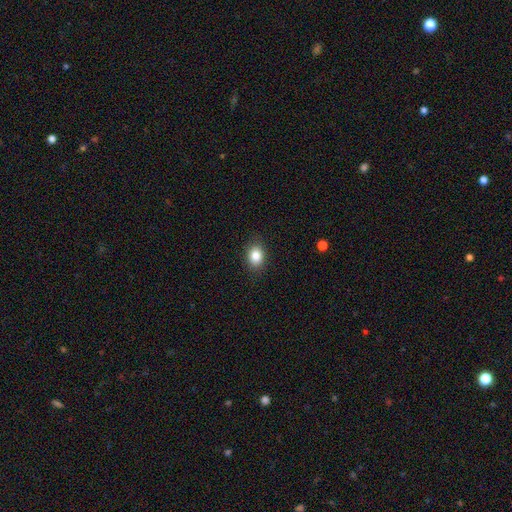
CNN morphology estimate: smooth 85%, star or artifact 9%, featured or disk 6%. Down the decision tree: how rounded — in between (64%); merging — none (88%).